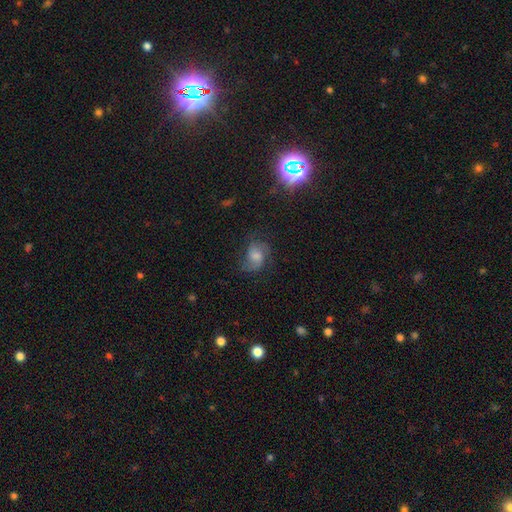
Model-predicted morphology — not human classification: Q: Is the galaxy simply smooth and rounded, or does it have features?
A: featured or disk — 52%.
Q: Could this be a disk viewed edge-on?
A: no — 97%.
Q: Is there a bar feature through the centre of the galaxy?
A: no — 61%.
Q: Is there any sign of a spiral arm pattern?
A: yes — 89%.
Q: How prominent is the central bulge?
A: moderate — 47%.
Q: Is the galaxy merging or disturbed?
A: none — 65%.